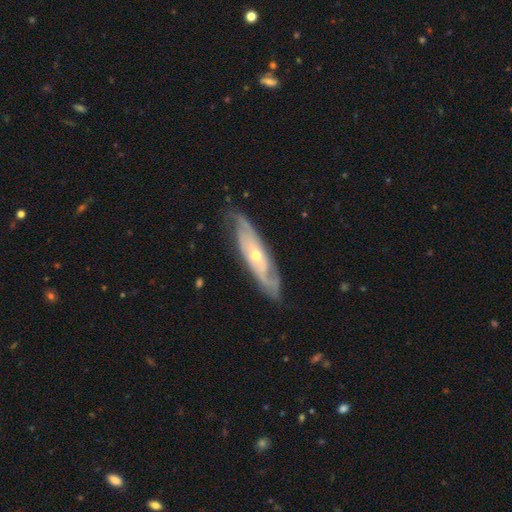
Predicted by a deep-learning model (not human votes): smooth-or-featured: featured or disk: 81% | smooth: 14% | star or artifact: 5%
  disk-edge-on: no: 78% | yes: 22%
    bar: no: 74% | weak: 20% | strong: 6%
    has-spiral-arms: yes: 90% | no: 10%
      spiral-winding: tight: 53% | medium: 35% | loose: 13%
      spiral-arm-count: 2: 55% | can't tell: 29% | 3: 7% | 1: 4% | 4: 3% | more than 4: 2%
    bulge-size: small: 54% | moderate: 43% | large: 2% | none: 1% | dominant: 1%
  merging: none: 76% | minor disturbance: 17% | major disturbance: 6% | merger: 1%